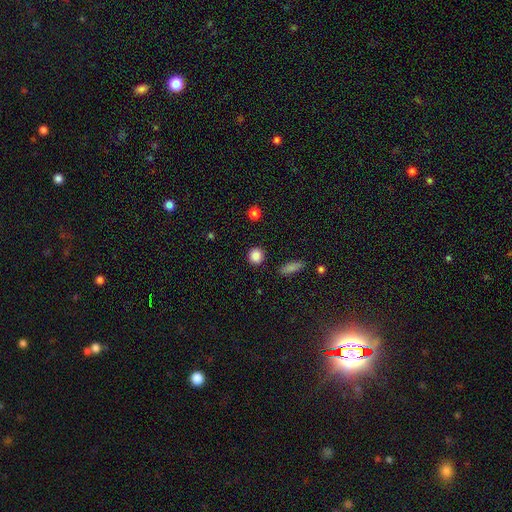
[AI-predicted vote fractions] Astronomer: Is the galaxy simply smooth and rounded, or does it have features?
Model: smooth — 87%.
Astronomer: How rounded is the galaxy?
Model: round — 89%.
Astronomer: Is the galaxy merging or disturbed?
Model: none — 90%.